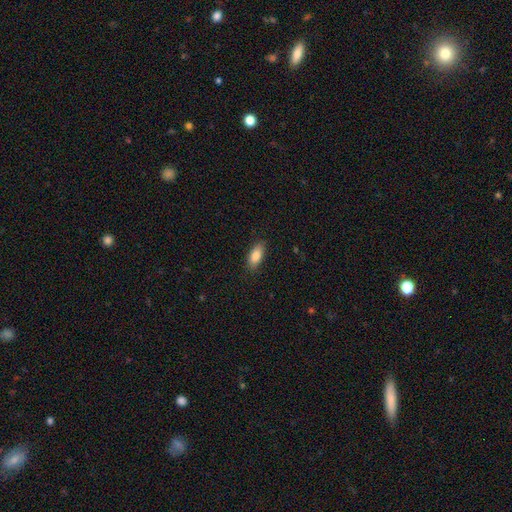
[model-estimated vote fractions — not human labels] Smooth or featured? smooth (86%)
How rounded? in between (84%)
Merging? none (84%)